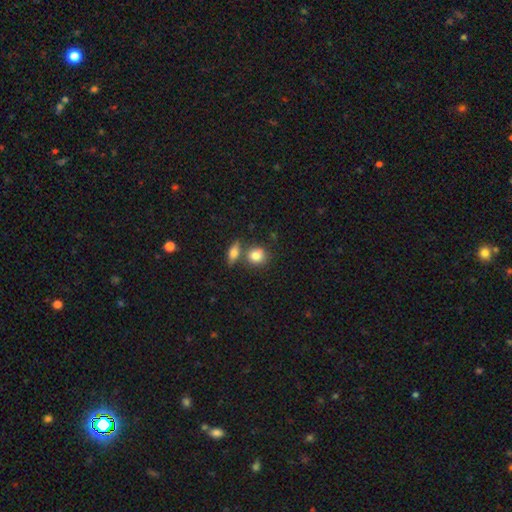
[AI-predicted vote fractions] A smooth galaxy with no disk features (84%) that is round (65%). Merging: none (56%).